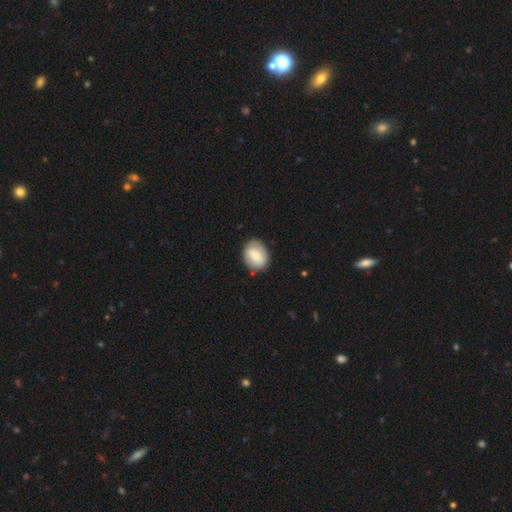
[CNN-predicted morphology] A smooth galaxy with no disk features (72%) that is in between round and cigar-shaped (58%). Merging: none (80%).